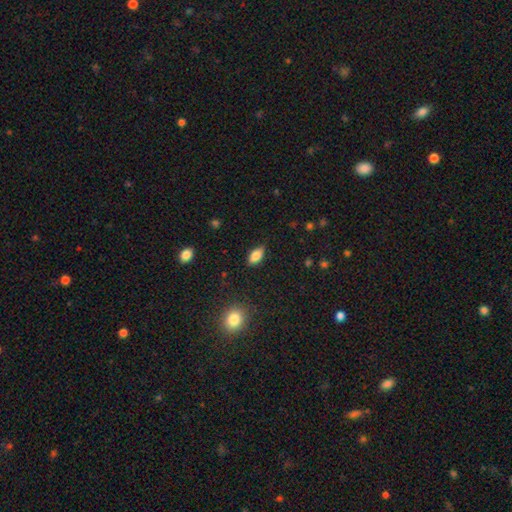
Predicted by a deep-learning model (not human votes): smooth-or-featured: smooth: 84% | star or artifact: 8% | featured or disk: 8%
  how-rounded: in between: 90% | cigar-shaped: 6% | round: 4%
  merging: none: 83% | minor disturbance: 13% | major disturbance: 3% | merger: 1%